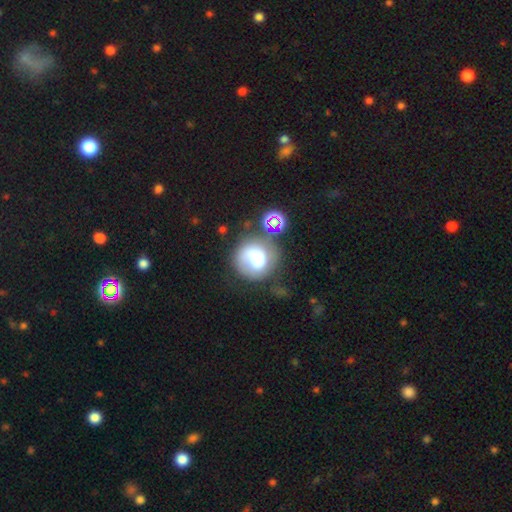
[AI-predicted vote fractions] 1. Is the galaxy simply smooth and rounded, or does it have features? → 58% smooth, 29% featured or disk, 13% star or artifact.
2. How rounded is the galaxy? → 86% round, 13% in between, 1% cigar-shaped.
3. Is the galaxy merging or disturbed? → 40% none, 22% major disturbance, 20% minor disturbance, 18% merger.